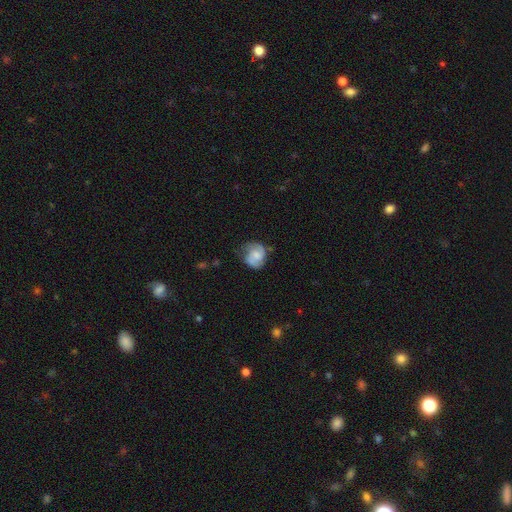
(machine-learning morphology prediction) Smooth or featured? featured or disk (58%)
Edge-on disk? no (98%)
Bar? no (57%)
Spiral arms? yes (89%)
Spiral winding? medium (47%)
Spiral arm count? 2 (79%)
Bulge size? moderate (37%)
Merging? none (60%)